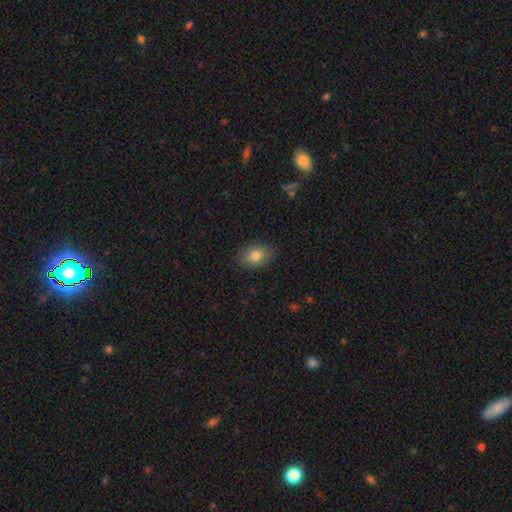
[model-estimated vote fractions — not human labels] smooth-or-featured: smooth: 81% | featured or disk: 10% | star or artifact: 9%
  how-rounded: in between: 77% | round: 21% | cigar-shaped: 1%
  merging: none: 86% | minor disturbance: 10% | major disturbance: 3% | merger: 1%